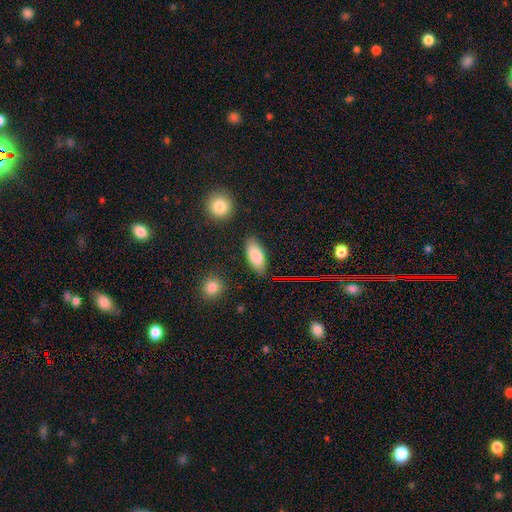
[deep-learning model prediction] Morphology: type=smooth (83%); roundness=in between (86%); merging=none (82%).